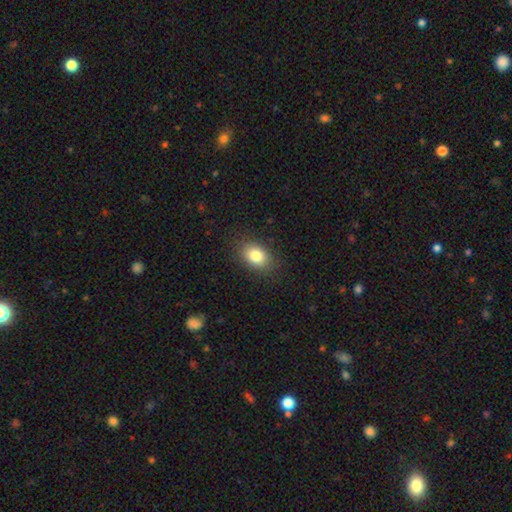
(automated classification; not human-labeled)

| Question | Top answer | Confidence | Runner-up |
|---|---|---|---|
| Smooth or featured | smooth | 81% | star or artifact (10%) |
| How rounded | in between | 76% | round (22%) |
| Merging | none | 86% | minor disturbance (10%) |